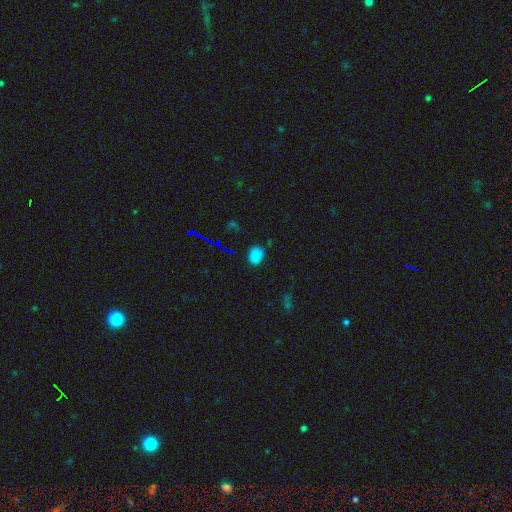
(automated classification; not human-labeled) smooth_or_featured: smooth (p=0.76) [alt: star or artifact p=0.19]
how_rounded: in between (p=0.62) [alt: round p=0.36]
merging: none (p=0.79) [alt: minor disturbance p=0.15]